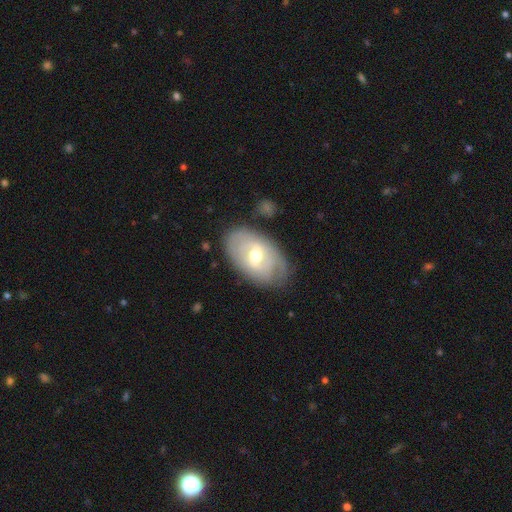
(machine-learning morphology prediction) Overall: featured or disk (65%; smooth 29%). Edge-on disk: no (93%). Bar: weak (52%; no 28%). Spiral arms: yes (63%; no 37%). Bulge size: moderate (73%). Merging: none (74%).